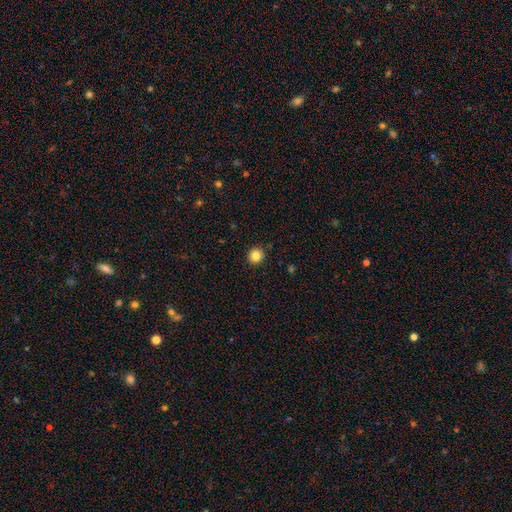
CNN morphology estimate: This appears to be a smooth galaxy with no disk features (85%) that is round (91%). Merging: none (91%).